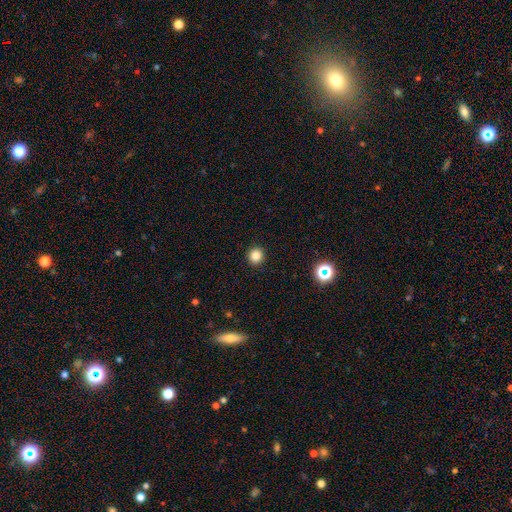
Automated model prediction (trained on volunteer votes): This appears to be a smooth galaxy with no disk features (83%) that is round (93%). Merging: none (93%).